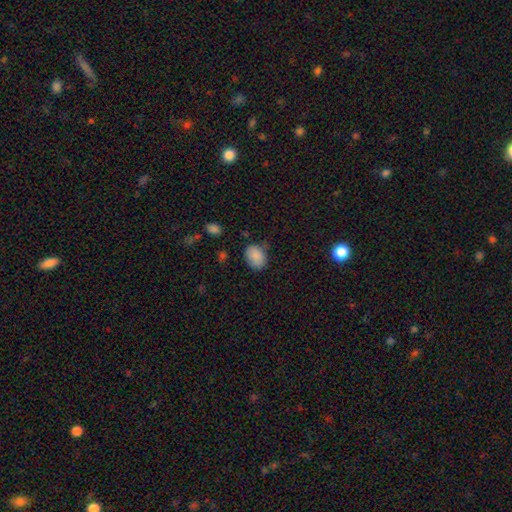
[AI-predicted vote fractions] smooth_or_featured: smooth (p=0.87) [alt: star or artifact p=0.08]
how_rounded: in between (p=0.70) [alt: round p=0.29]
merging: none (p=0.70) [alt: minor disturbance p=0.22]